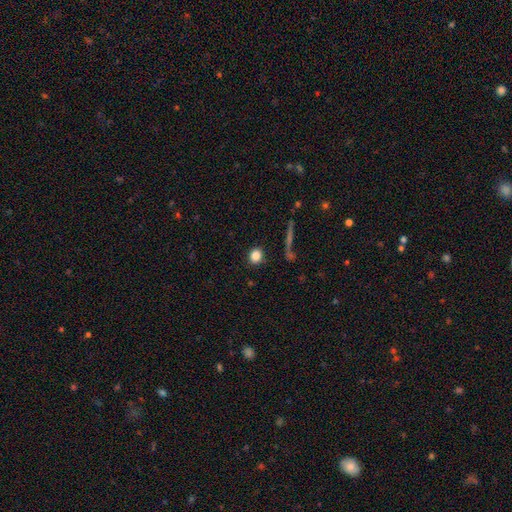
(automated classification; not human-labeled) The model was most divided on "how rounded": round: 78%, in between: 20%, cigar-shaped: 2%. More confident: merging — none (87%); smooth or featured — smooth (84%).